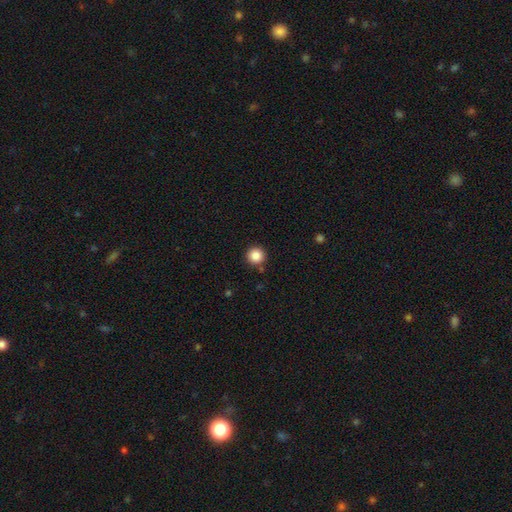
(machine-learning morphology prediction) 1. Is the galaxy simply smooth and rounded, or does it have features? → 86% smooth, 10% star or artifact, 4% featured or disk.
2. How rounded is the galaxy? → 96% round, 3% in between, 1% cigar-shaped.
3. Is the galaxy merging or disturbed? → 89% none, 6% minor disturbance, 3% merger, 2% major disturbance.